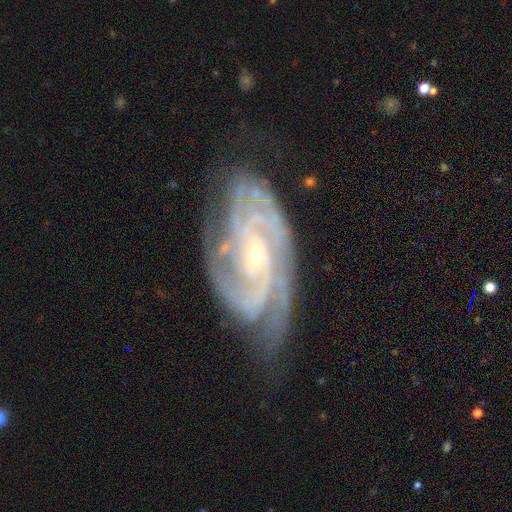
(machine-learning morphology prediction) Smooth or featured?
  - featured or disk: 90% *
  - star or artifact: 5%
  - smooth: 4%
Edge-on disk?
  - no: 96% *
  - yes: 4%
Bar?
  - no: 56% *
  - weak: 32%
  - strong: 12%
Spiral arms?
  - yes: 98% *
  - no: 2%
Spiral winding?
  - tight: 64% *
  - medium: 31%
  - loose: 5%
Spiral arm count?
  - 3: 29% *
  - 2: 27%
  - can't tell: 18%
  - 4: 14%
  - more than 4: 6%
  - 1: 6%
Bulge size?
  - small: 74% *
  - moderate: 23%
  - none: 2%
  - large: 1%
  - dominant: 1%
Merging?
  - none: 66% *
  - minor disturbance: 23%
  - major disturbance: 9%
  - merger: 2%